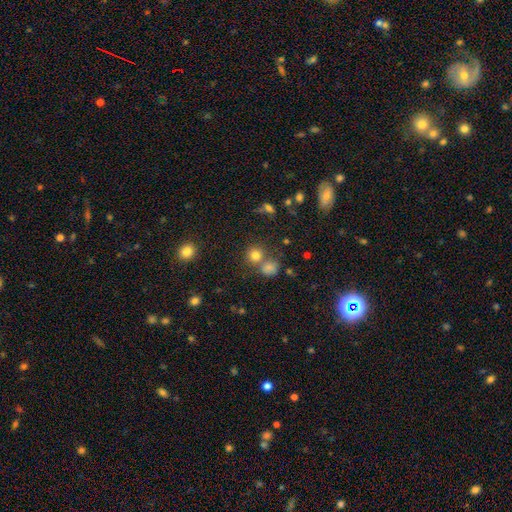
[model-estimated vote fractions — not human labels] Q: Smooth or featured?
A: smooth (77%); runner-up: star or artifact (16%)
Q: How rounded?
A: round (88%); runner-up: in between (11%)
Q: Merging?
A: none (64%); runner-up: merger (24%)